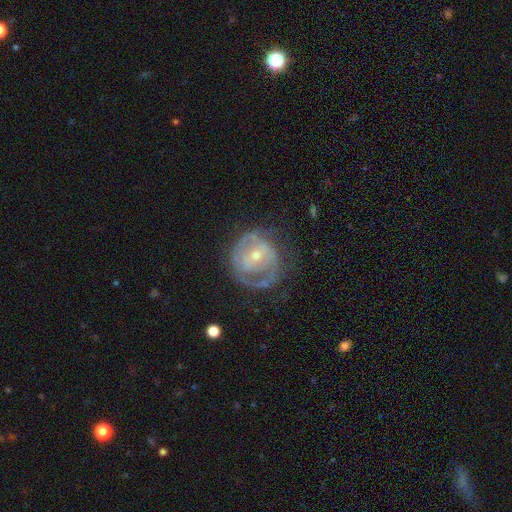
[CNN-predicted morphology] A featured or disk galaxy (75%) with no bar (56%), 2 (41%) tight (52%) spiral arms (77%) and a small central bulge (62%).

Vote fractions:
- Smooth or featured? featured or disk: 75% / smooth: 18% / star or artifact: 6%
- Edge-on disk? no: 97% / yes: 3%
- Bar? no: 56% / weak: 34% / strong: 10%
- Spiral arms? yes: 77% / no: 23%
- Spiral winding? tight: 52% / medium: 34% / loose: 14%
- Spiral arm count? 2: 41% / can't tell: 31% / 1: 16% / 3: 8% / 4: 3% / more than 4: 2%
- Bulge size? small: 62% / moderate: 34% / large: 2% / none: 1% / dominant: 1%
- Merging? none: 55% / minor disturbance: 23% / major disturbance: 21% / merger: 2%